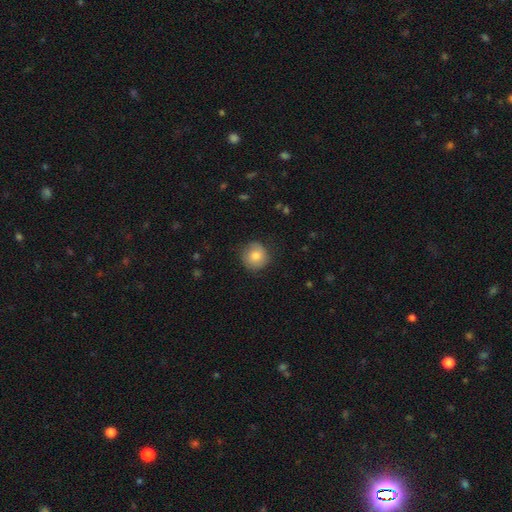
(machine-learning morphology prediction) Smooth or featured: smooth — 79% (featured or disk — 13%)
How rounded: round — 92% (in between — 7%)
Merging: none — 81% (minor disturbance — 14%)